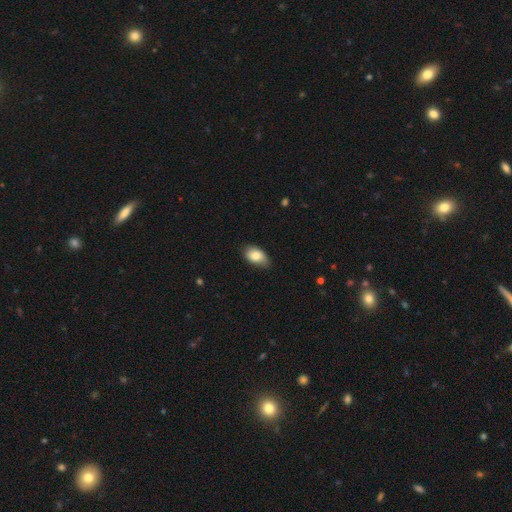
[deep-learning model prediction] Morphology: type=smooth (83%); roundness=in between (91%); merging=none (67%).